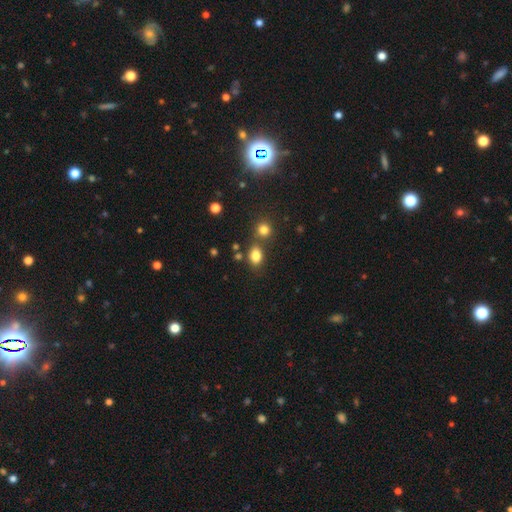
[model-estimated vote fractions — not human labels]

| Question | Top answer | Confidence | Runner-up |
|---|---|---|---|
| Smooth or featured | smooth | 82% | star or artifact (12%) |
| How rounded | in between | 69% | round (30%) |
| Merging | none | 64% | merger (20%) |